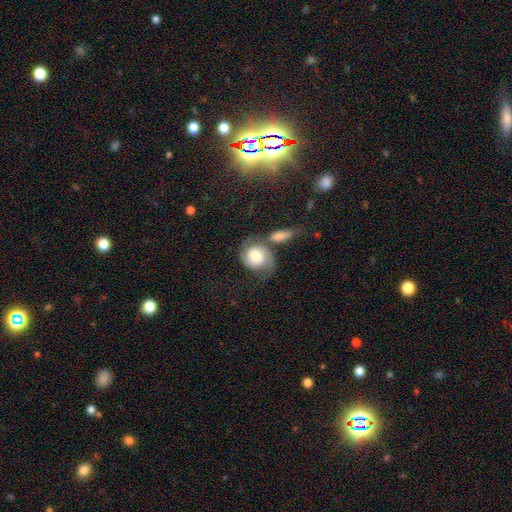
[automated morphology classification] smooth_or_featured: featured or disk (p=0.58) [alt: smooth p=0.35]
disk_edge_on: no (p=0.97) [alt: yes p=0.03]
bar: no (p=0.67) [alt: weak p=0.27]
has_spiral_arms: yes (p=0.90) [alt: no p=0.10]
spiral_winding: medium (p=0.43) [alt: tight p=0.34]
spiral_arm_count: 2 (p=0.81) [alt: 1 p=0.10]
bulge_size: moderate (p=0.40) [alt: large p=0.38]
merging: none (p=0.41) [alt: merger p=0.27]